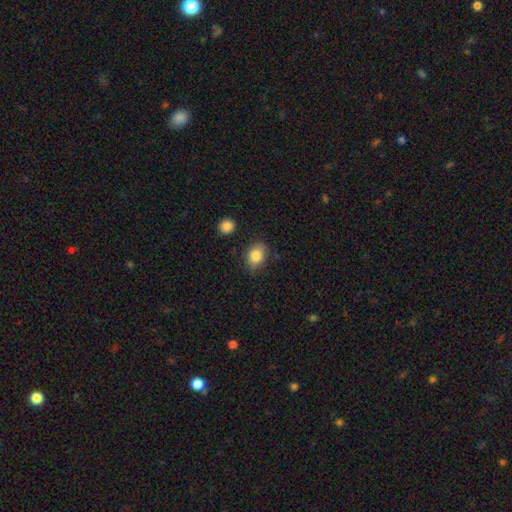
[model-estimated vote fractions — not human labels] smooth-or-featured: smooth: 84% | star or artifact: 9% | featured or disk: 7%
  how-rounded: in between: 68% | round: 31% | cigar-shaped: 1%
  merging: none: 76% | minor disturbance: 17% | major disturbance: 4% | merger: 3%